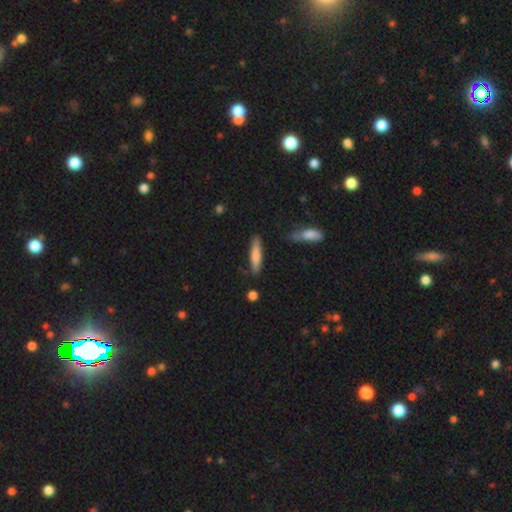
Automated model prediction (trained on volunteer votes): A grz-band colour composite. It shows a smooth galaxy with no disk features (71%) that is cigar-shaped (85%). Merging: none (78%).